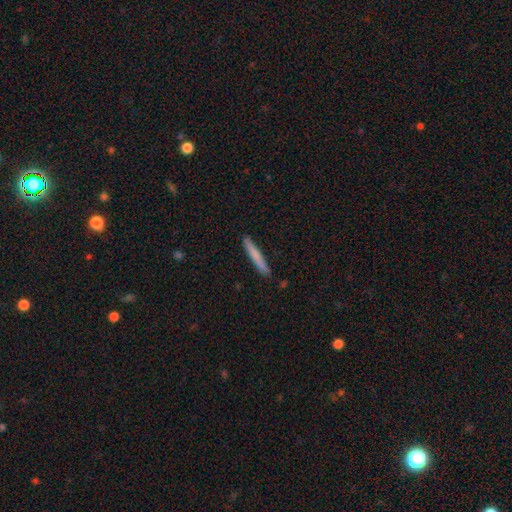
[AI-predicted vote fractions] Morphology: type=smooth (73%); roundness=cigar-shaped (96%); merging=none (90%).